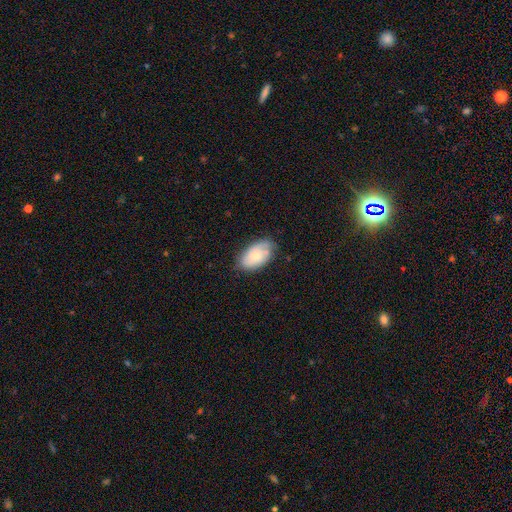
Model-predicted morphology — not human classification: smooth_or_featured: smooth (p=0.65) [alt: featured or disk p=0.28]
how_rounded: in between (p=0.94) [alt: round p=0.05]
merging: none (p=0.66) [alt: minor disturbance p=0.27]